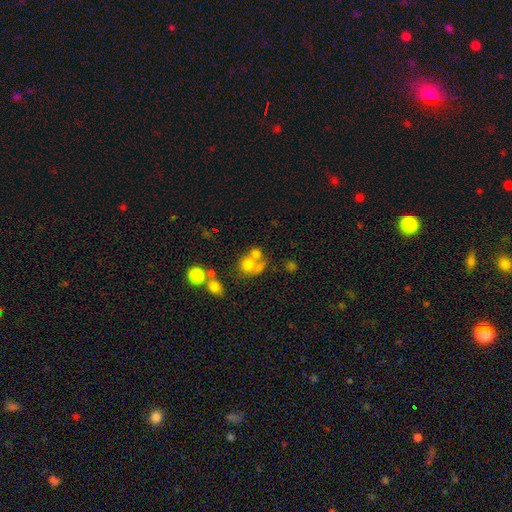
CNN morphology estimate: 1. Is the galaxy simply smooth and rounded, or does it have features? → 62% smooth, 20% featured or disk, 18% star or artifact.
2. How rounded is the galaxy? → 76% round, 22% in between, 1% cigar-shaped.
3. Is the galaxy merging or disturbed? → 46% merger, 38% none, 9% minor disturbance, 8% major disturbance.